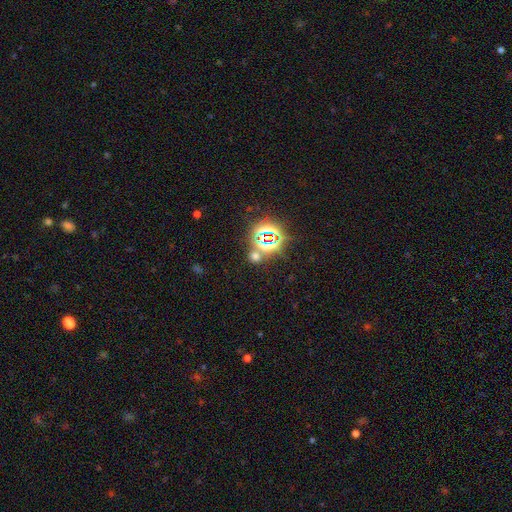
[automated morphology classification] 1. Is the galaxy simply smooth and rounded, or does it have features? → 55% star or artifact, 38% smooth, 7% featured or disk.